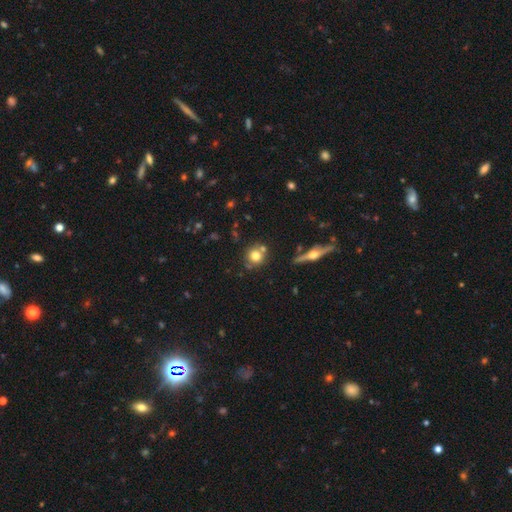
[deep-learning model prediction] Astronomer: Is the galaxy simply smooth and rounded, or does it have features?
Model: smooth — 72%.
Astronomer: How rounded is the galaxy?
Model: round — 89%.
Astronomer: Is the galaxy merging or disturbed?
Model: none — 70%.